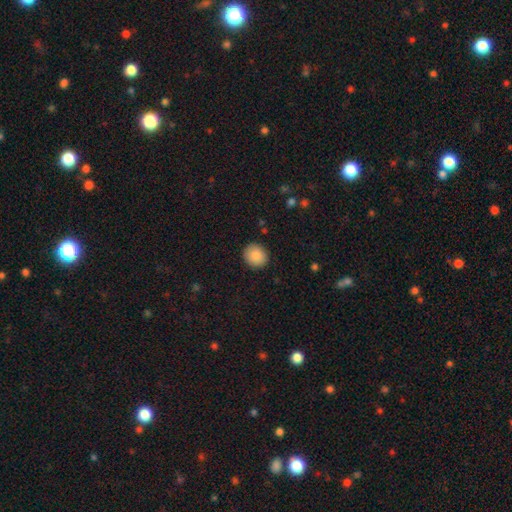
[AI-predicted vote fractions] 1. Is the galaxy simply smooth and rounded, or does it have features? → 88% smooth, 8% star or artifact, 4% featured or disk.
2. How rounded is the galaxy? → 83% round, 16% in between, 1% cigar-shaped.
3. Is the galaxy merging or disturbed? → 90% none, 7% minor disturbance, 2% major disturbance, 1% merger.